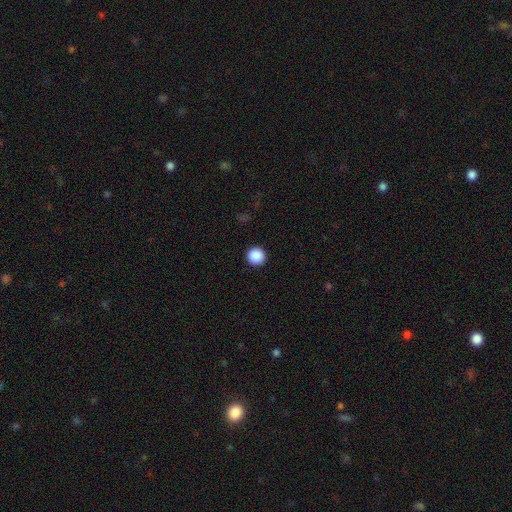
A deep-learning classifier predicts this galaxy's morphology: smooth_or_featured: smooth (p=0.89) [alt: star or artifact p=0.09]
how_rounded: round (p=0.96) [alt: in between p=0.03]
merging: none (p=0.93) [alt: minor disturbance p=0.04]